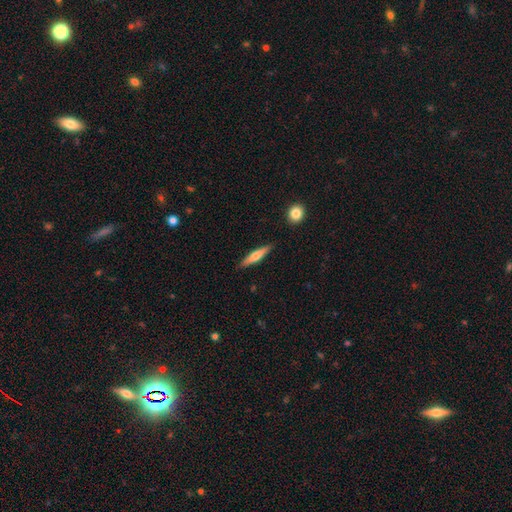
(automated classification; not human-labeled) A smooth galaxy with no disk features (55%) that is cigar-shaped (87%). Merging: none (88%).